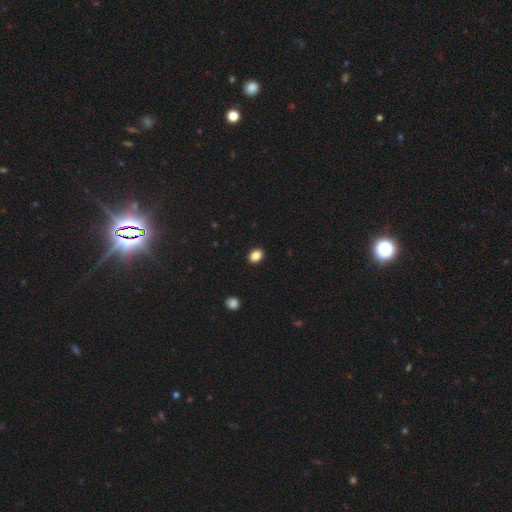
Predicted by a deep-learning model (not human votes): Smooth or featured: smooth — 87% (star or artifact — 9%)
How rounded: in between — 72% (round — 27%)
Merging: none — 91% (minor disturbance — 7%)